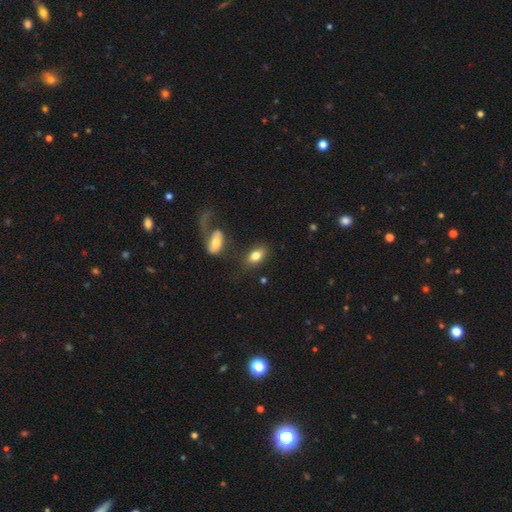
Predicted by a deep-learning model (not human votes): Smooth or featured: smooth — 78% (featured or disk — 15%)
How rounded: in between — 88% (round — 8%)
Merging: none — 64% (minor disturbance — 15%)